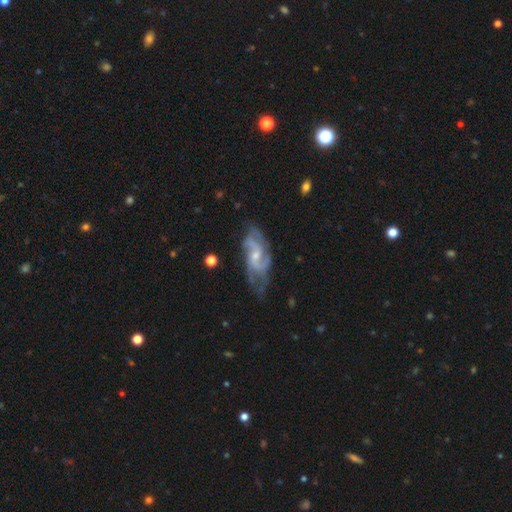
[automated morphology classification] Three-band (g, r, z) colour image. It shows a featured or disk galaxy (87%) with no bar (48%), 2 (56%) medium (51%) spiral arms (96%) and a small central bulge (59%). Merging: none (59%).